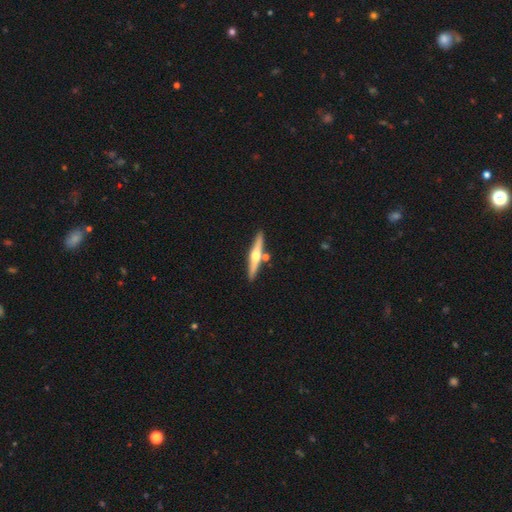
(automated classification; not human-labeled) Overall: featured or disk (64%; smooth 31%). Edge-on disk: yes (96%). Edge-on bulge: rounded (93%). Merging: none (82%).